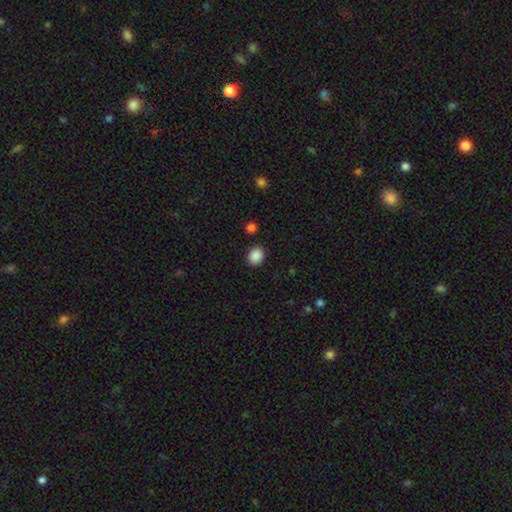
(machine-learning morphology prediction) A smooth galaxy with no disk features (88%) that is round (52%).

Vote fractions:
- Smooth or featured? smooth: 88% / star or artifact: 9% / featured or disk: 3%
- How rounded? round: 52% / in between: 47% / cigar-shaped: 1%
- Merging? none: 87% / minor disturbance: 8% / major disturbance: 3% / merger: 2%